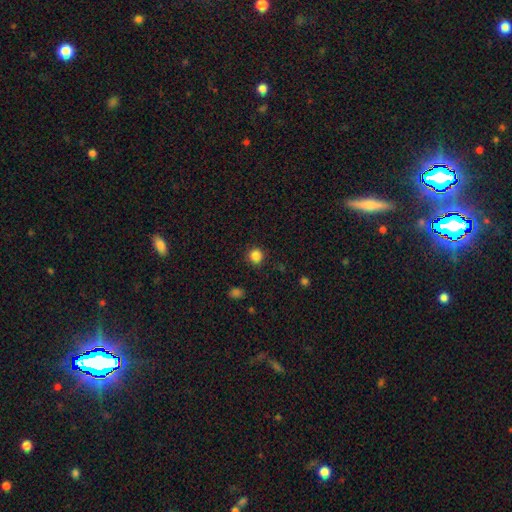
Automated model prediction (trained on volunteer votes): Q: Smooth or featured?
A: smooth (86%); runner-up: star or artifact (11%)
Q: How rounded?
A: round (91%); runner-up: in between (9%)
Q: Merging?
A: none (89%); runner-up: minor disturbance (7%)